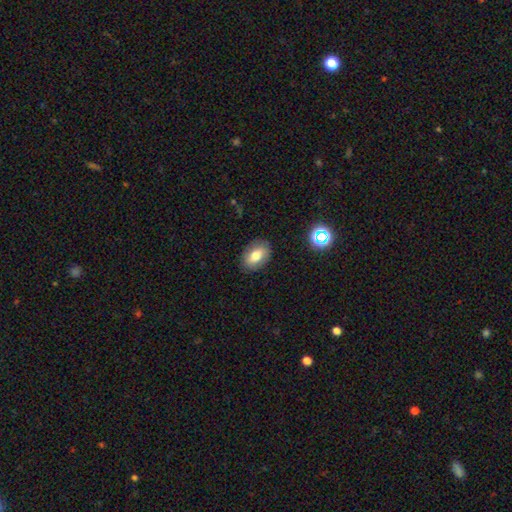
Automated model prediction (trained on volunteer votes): smooth_or_featured: smooth (p=0.74) [alt: featured or disk p=0.17]
how_rounded: in between (p=0.85) [alt: round p=0.13]
merging: none (p=0.85) [alt: minor disturbance p=0.10]